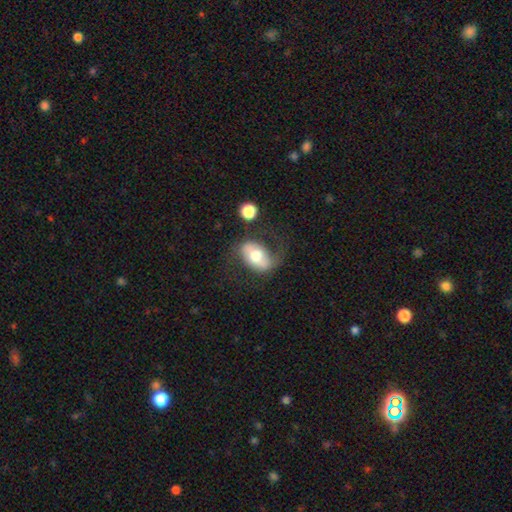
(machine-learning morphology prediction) A featured or disk galaxy (48%).

Vote fractions:
- Smooth or featured? featured or disk: 48% / smooth: 44% / star or artifact: 7%
- Merging? none: 52% / minor disturbance: 22% / major disturbance: 20% / merger: 5%